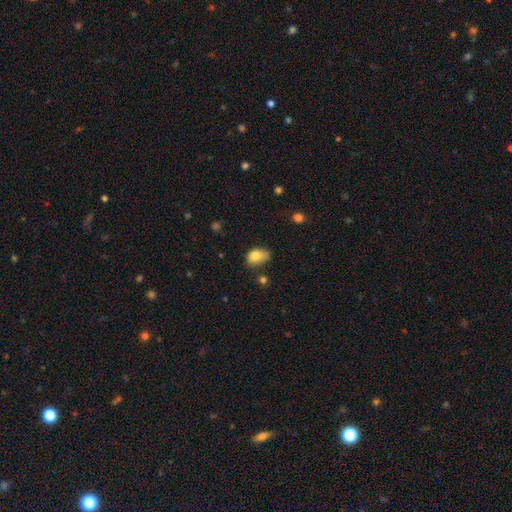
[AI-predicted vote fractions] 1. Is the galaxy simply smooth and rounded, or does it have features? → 80% smooth, 11% featured or disk, 9% star or artifact.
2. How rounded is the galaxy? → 78% in between, 21% round, 1% cigar-shaped.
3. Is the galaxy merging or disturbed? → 41% minor disturbance, 39% none, 14% major disturbance, 6% merger.